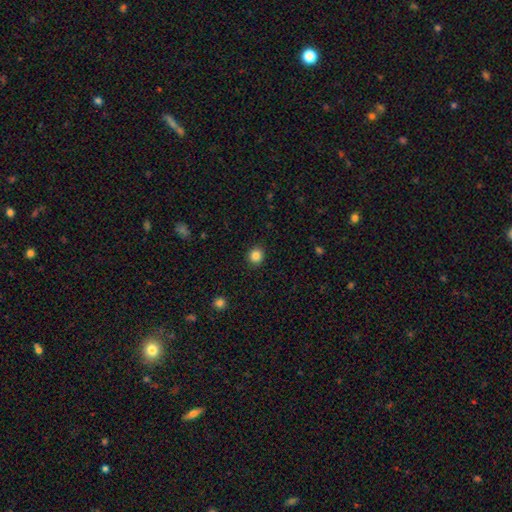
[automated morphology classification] A smooth galaxy with no disk features (86%) that is round (89%).

Vote fractions:
- Smooth or featured? smooth: 86% / star or artifact: 11% / featured or disk: 4%
- How rounded? round: 89% / in between: 10% / cigar-shaped: 1%
- Merging? none: 92% / minor disturbance: 5% / major disturbance: 2% / merger: 1%